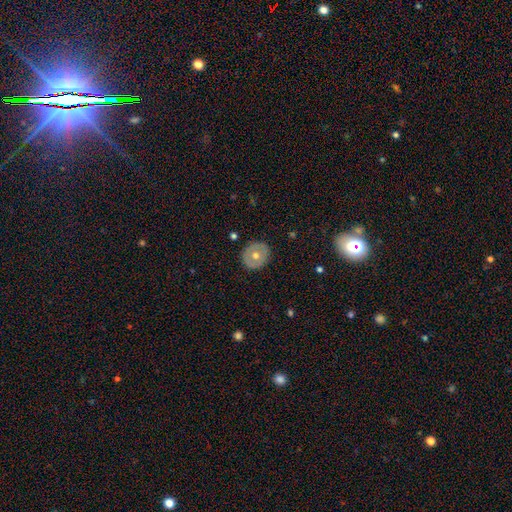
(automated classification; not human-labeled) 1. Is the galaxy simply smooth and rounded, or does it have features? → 50% smooth, 42% featured or disk, 8% star or artifact.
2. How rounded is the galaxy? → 82% round, 17% in between, 1% cigar-shaped.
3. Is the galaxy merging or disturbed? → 88% none, 8% minor disturbance, 2% major disturbance, 1% merger.